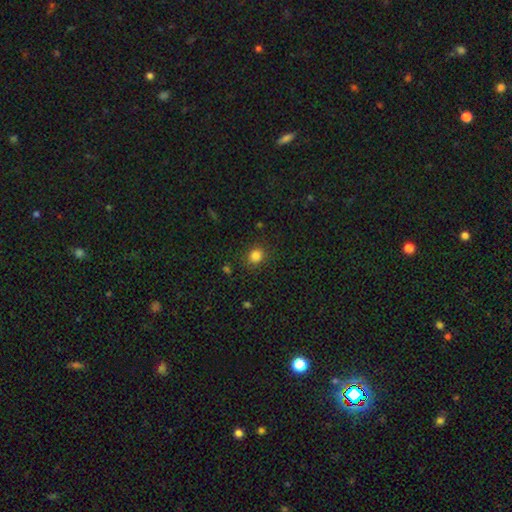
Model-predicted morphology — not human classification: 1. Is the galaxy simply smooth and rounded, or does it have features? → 82% smooth, 13% star or artifact, 5% featured or disk.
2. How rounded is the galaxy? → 79% round, 20% in between, 1% cigar-shaped.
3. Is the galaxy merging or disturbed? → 87% none, 9% minor disturbance, 3% major disturbance, 1% merger.